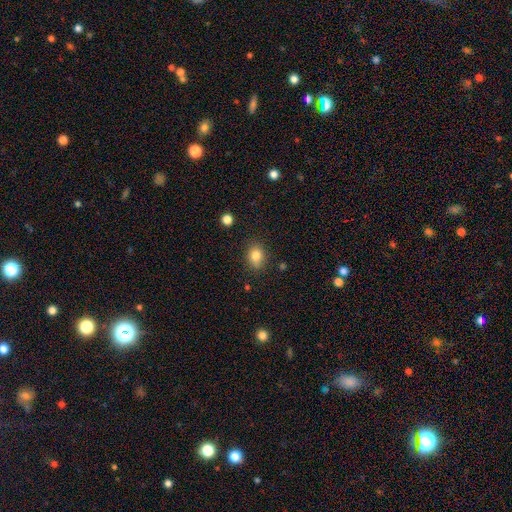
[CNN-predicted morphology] type=smooth (82%); roundness=in between (52%); merging=none (82%).